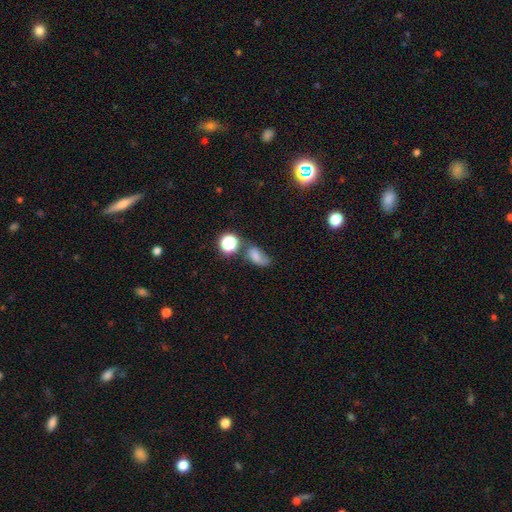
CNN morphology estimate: Smooth or featured? smooth (68%)
How rounded? in between (78%)
Merging? none (41%)